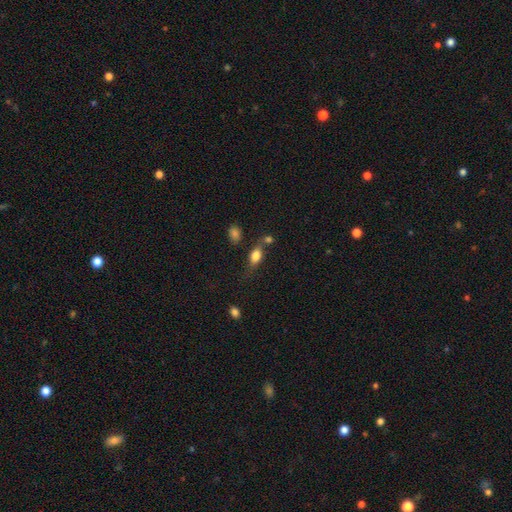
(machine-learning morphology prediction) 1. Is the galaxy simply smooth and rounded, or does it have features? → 79% smooth, 12% featured or disk, 9% star or artifact.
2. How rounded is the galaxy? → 80% in between, 12% round, 8% cigar-shaped.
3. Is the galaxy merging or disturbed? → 56% none, 19% minor disturbance, 16% merger, 8% major disturbance.